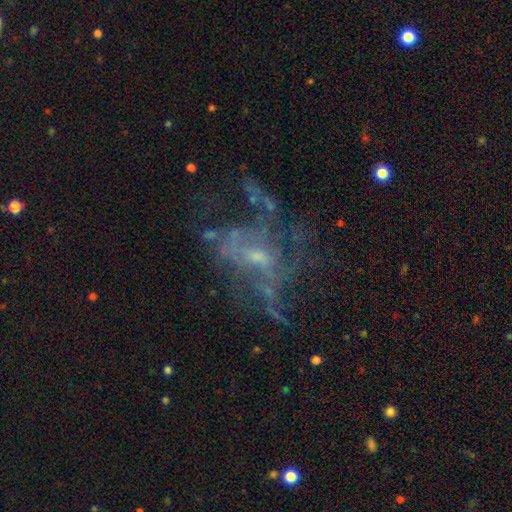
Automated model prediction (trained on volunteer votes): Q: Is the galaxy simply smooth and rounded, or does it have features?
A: featured or disk — 71%.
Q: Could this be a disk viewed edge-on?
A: no — 97%.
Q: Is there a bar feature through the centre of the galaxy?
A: no — 64%.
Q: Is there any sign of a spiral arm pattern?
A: no — 52%.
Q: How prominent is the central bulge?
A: small — 58%.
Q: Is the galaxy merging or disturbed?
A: major disturbance — 40%.